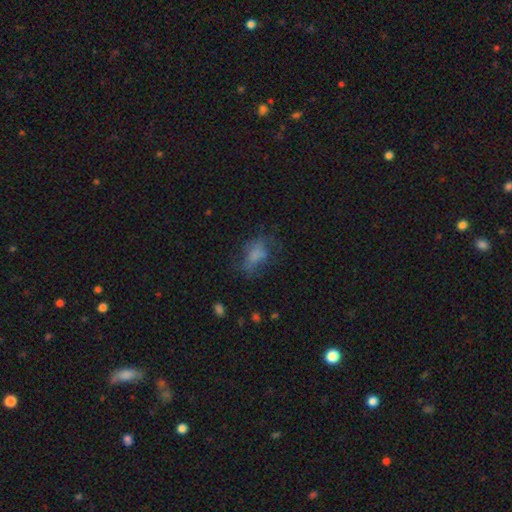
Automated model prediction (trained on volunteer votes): Q: Smooth or featured?
A: smooth (58%); runner-up: featured or disk (25%)
Q: How rounded?
A: in between (79%); runner-up: round (16%)
Q: Merging?
A: none (51%); runner-up: minor disturbance (24%)